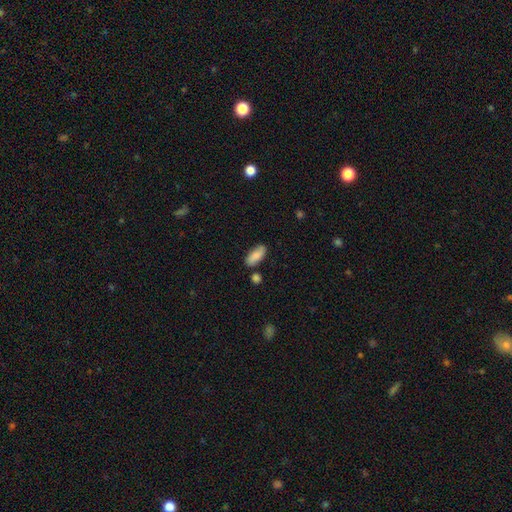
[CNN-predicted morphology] Smooth or featured? Predicted: smooth (p=0.84). How rounded? Predicted: in between (p=0.84). Merging? Predicted: none (p=0.77).